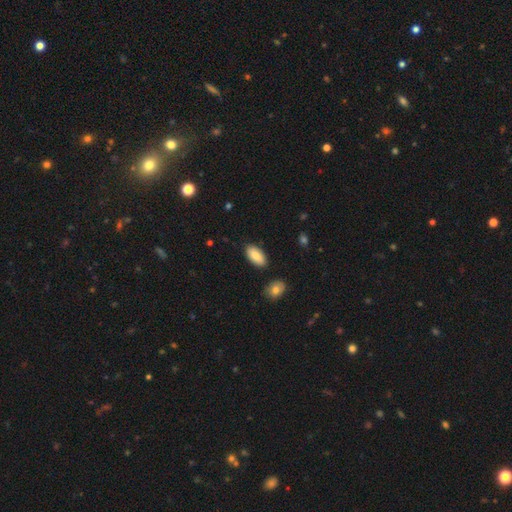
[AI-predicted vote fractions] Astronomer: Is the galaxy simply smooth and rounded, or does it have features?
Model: smooth — 85%.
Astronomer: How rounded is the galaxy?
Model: in between — 93%.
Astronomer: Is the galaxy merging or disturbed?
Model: none — 86%.